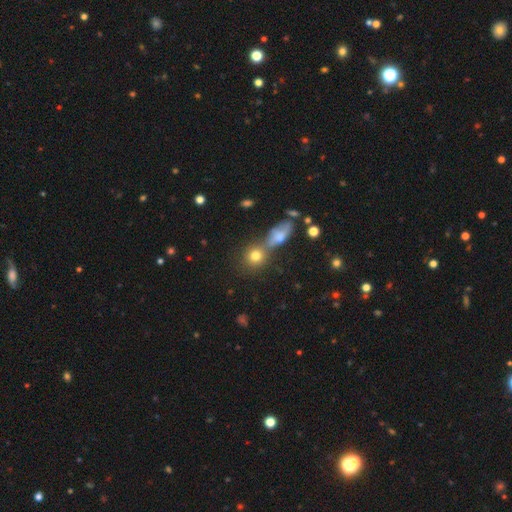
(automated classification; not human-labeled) Smooth or featured?
  - smooth: 77% *
  - star or artifact: 13%
  - featured or disk: 11%
How rounded?
  - round: 82% *
  - in between: 16%
  - cigar-shaped: 2%
Merging?
  - none: 54% *
  - merger: 32%
  - minor disturbance: 10%
  - major disturbance: 5%